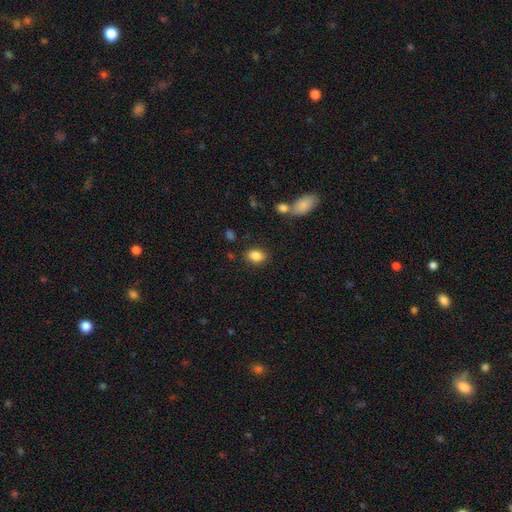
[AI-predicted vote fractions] smooth-or-featured: smooth: 86% | star or artifact: 9% | featured or disk: 5%
  how-rounded: in between: 78% | round: 20% | cigar-shaped: 1%
  merging: none: 83% | minor disturbance: 11% | merger: 4% | major disturbance: 3%